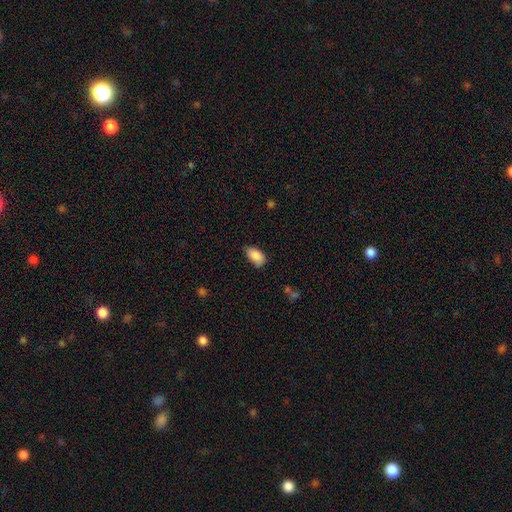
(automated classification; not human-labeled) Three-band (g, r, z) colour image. It shows a smooth galaxy with no disk features (87%) that is in between round and cigar-shaped (93%). Merging: none (68%).